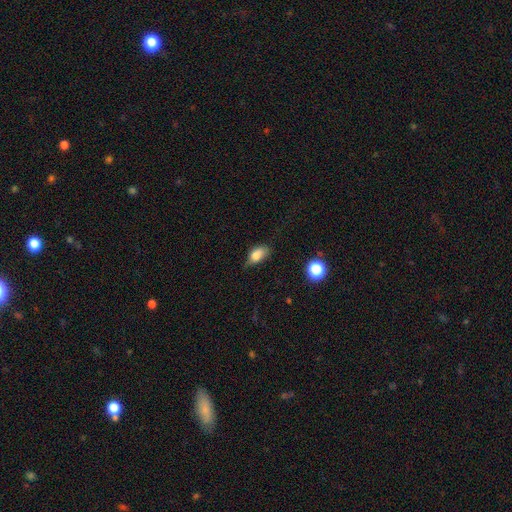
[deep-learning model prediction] smooth_or_featured: smooth (p=0.80) [alt: featured or disk p=0.11]
how_rounded: in between (p=0.86) [alt: round p=0.10]
merging: none (p=0.54) [alt: minor disturbance p=0.35]